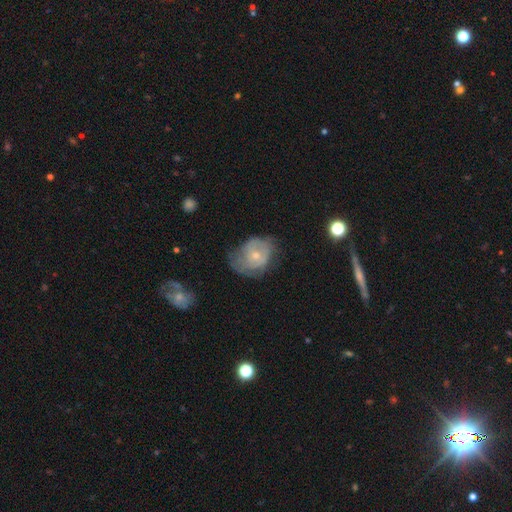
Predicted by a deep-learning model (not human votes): Smooth or featured? Predicted: featured or disk (p=0.58). Edge-on disk? Predicted: no (p=0.97). Bar? Predicted: no (p=0.80). Spiral arms? Predicted: yes (p=0.67). Bulge size? Predicted: small (p=0.60). Merging? Predicted: none (p=0.47).